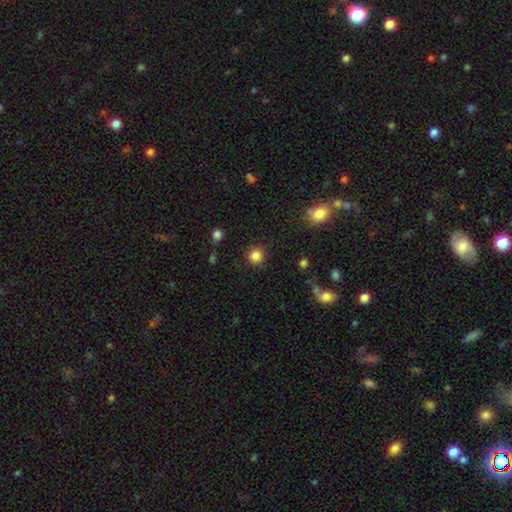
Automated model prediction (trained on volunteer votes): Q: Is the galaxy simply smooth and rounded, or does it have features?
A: smooth — 84%.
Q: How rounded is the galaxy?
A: round — 93%.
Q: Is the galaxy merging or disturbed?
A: none — 88%.